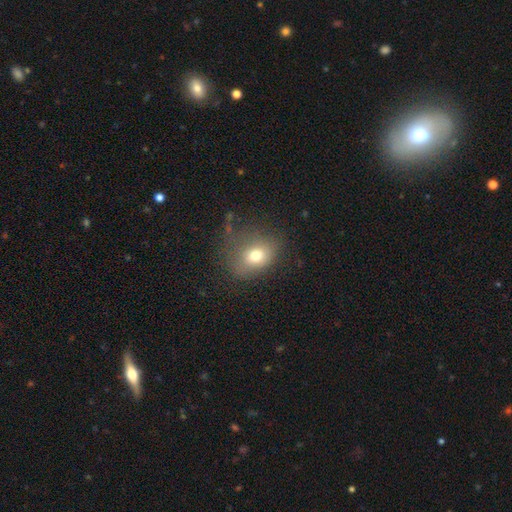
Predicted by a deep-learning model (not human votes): This is likely a smooth galaxy (74%). How rounded: possibly in between (51%). Merging: possibly none (59%).